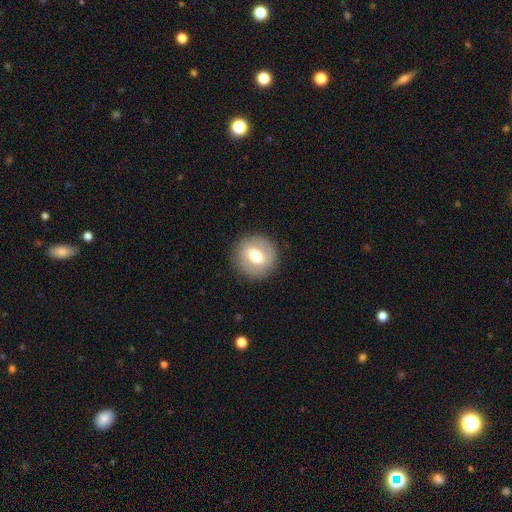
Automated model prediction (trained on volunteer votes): This appears to be a smooth galaxy with no disk features (61%) that is round (88%). Merging: none (88%).